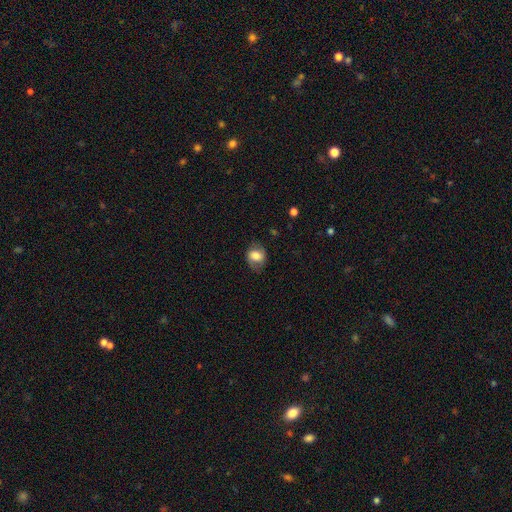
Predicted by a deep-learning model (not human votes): Q: Smooth or featured?
A: smooth (69%); runner-up: featured or disk (23%)
Q: How rounded?
A: in between (51%); runner-up: round (48%)
Q: Merging?
A: none (68%); runner-up: minor disturbance (21%)